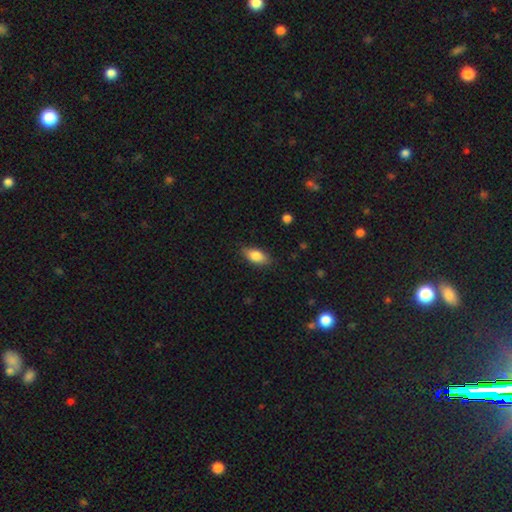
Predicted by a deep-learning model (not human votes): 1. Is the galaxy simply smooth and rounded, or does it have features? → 81% smooth, 12% featured or disk, 7% star or artifact.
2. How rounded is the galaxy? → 86% in between, 10% cigar-shaped, 4% round.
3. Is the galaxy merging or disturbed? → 82% none, 14% minor disturbance, 3% major disturbance, 1% merger.